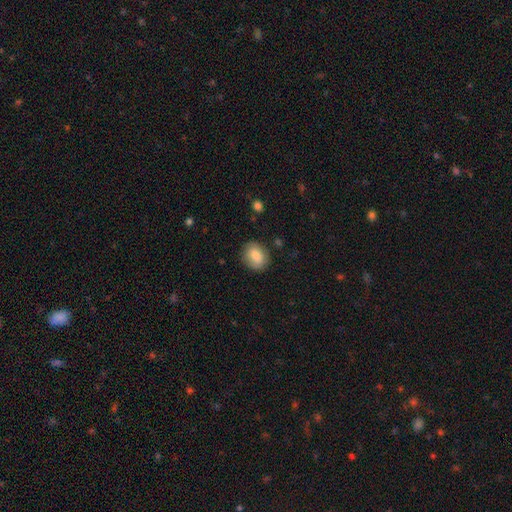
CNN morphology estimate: A smooth galaxy with no disk features (81%) that is round (52%).

Vote fractions:
- Smooth or featured? smooth: 81% / featured or disk: 11% / star or artifact: 8%
- How rounded? round: 52% / in between: 47% / cigar-shaped: 1%
- Merging? none: 82% / minor disturbance: 13% / major disturbance: 3% / merger: 1%